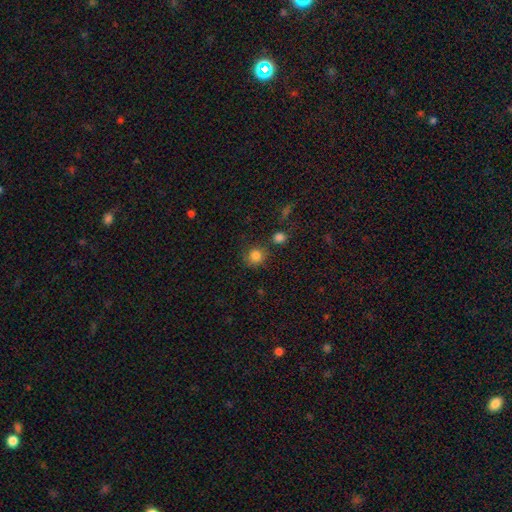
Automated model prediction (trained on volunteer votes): This is clearly a smooth galaxy (83%). How rounded: clearly round (88%). Merging: likely none (74%).